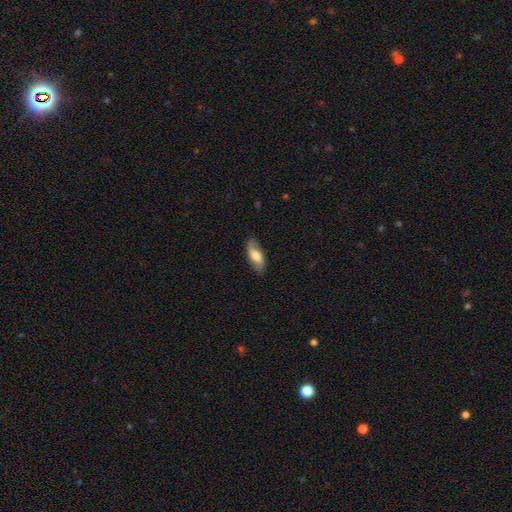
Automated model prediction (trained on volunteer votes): This is possibly a smooth galaxy (59%). How rounded: clearly in between (81%). Merging: likely none (79%).